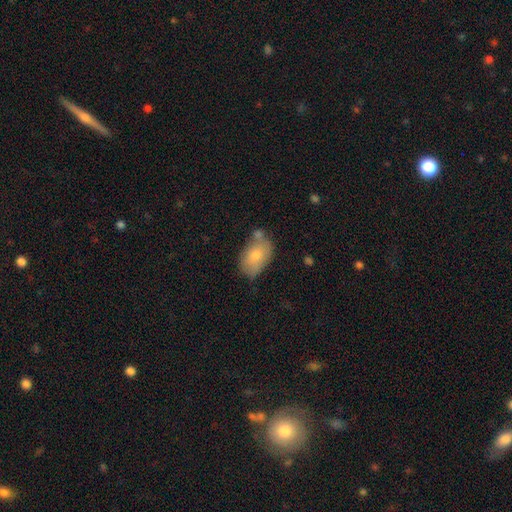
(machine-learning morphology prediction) Smooth or featured? smooth (75%)
How rounded? in between (89%)
Merging? none (55%)